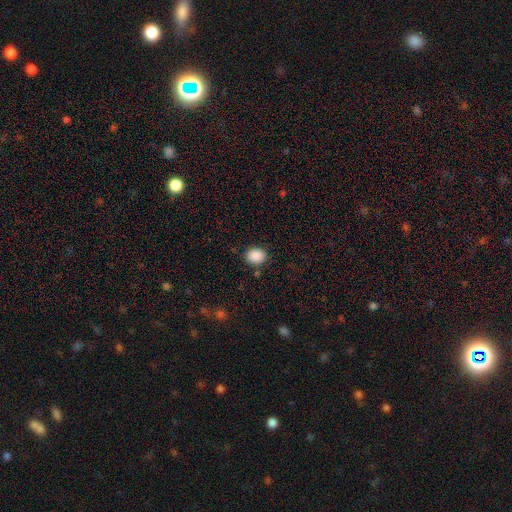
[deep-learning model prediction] The model was most divided on "how rounded": round: 59%, in between: 40%, cigar-shaped: 1%. More confident: smooth or featured — smooth (89%); merging — none (86%).